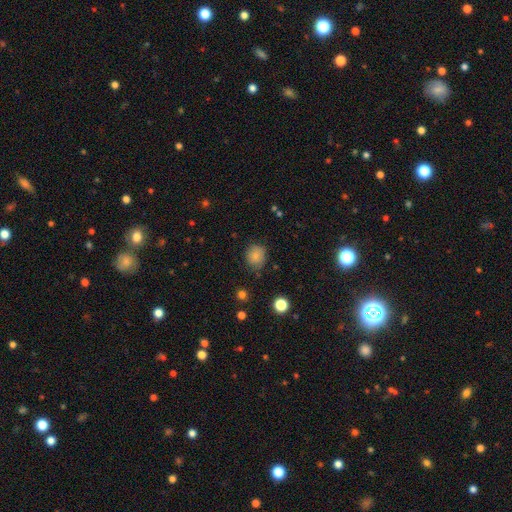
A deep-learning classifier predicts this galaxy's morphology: Smooth or featured?
  - smooth: 80% *
  - star or artifact: 11%
  - featured or disk: 9%
How rounded?
  - round: 78% *
  - in between: 21%
  - cigar-shaped: 1%
Merging?
  - none: 73% *
  - minor disturbance: 21%
  - major disturbance: 4%
  - merger: 2%